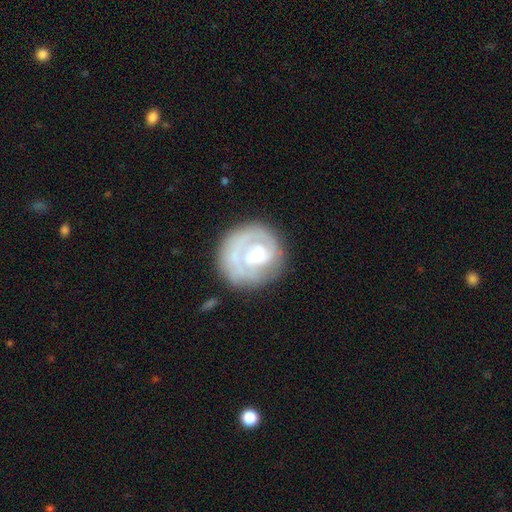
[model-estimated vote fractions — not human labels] smooth_or_featured: featured or disk (p=0.64) [alt: smooth p=0.30]
disk_edge_on: no (p=0.98) [alt: yes p=0.02]
bar: no (p=0.63) [alt: weak p=0.29]
has_spiral_arms: yes (p=0.66) [alt: no p=0.34]
bulge_size: moderate (p=0.42) [alt: small p=0.29]
merging: none (p=0.68) [alt: minor disturbance p=0.17]